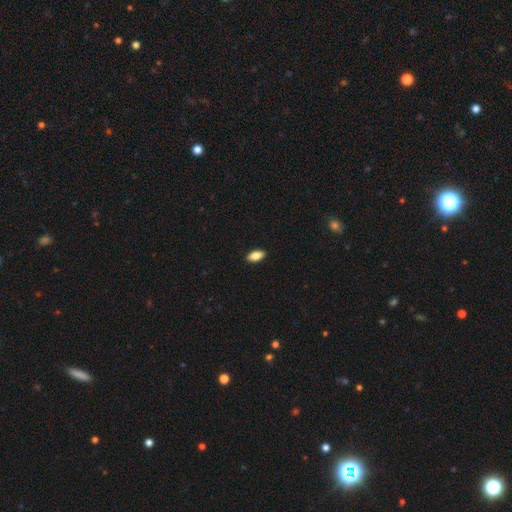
This is clearly a smooth galaxy (85%). How rounded: clearly in between (94%). Merging: clearly none (91%).